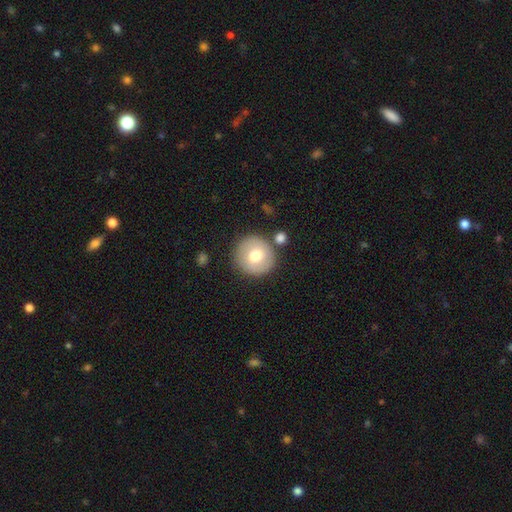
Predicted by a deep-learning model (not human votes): The model was most divided on "smooth or featured": smooth: 70%, featured or disk: 22%, star or artifact: 8%. More confident: how rounded — round (94%); merging — none (81%).